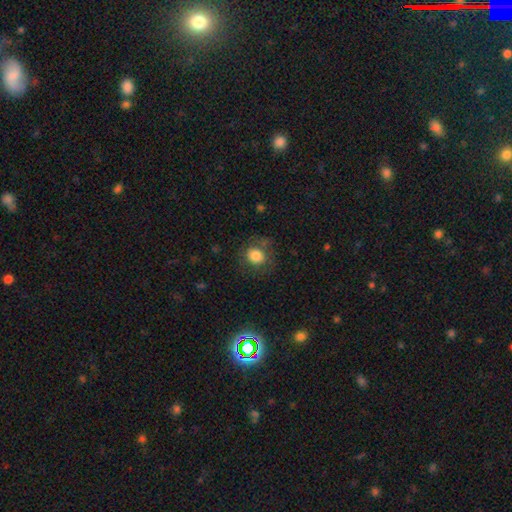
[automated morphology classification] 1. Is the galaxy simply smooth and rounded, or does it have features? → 81% smooth, 10% star or artifact, 9% featured or disk.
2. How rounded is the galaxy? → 77% round, 22% in between, 1% cigar-shaped.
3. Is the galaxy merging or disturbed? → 73% none, 16% minor disturbance, 8% major disturbance, 2% merger.